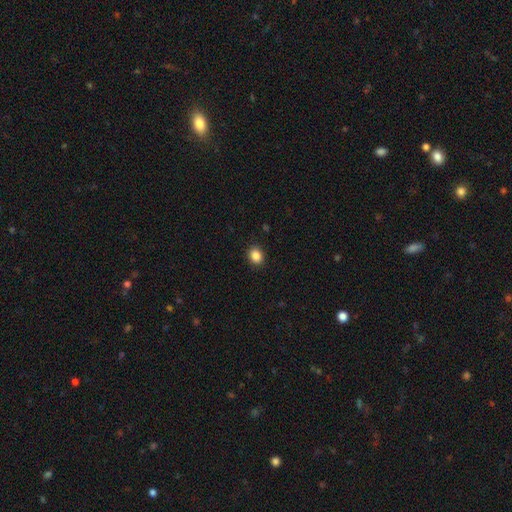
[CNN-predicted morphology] Smooth or featured: smooth — 87% (star or artifact — 10%)
How rounded: round — 53% (in between — 46%)
Merging: none — 90% (minor disturbance — 7%)